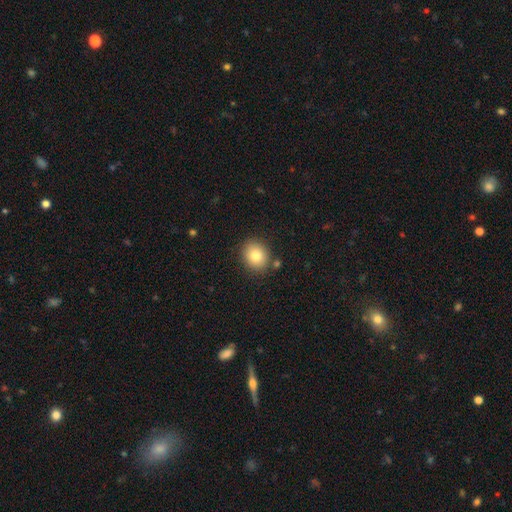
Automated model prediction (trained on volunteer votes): A smooth galaxy with no disk features (82%) that is round (65%).

Vote fractions:
- Smooth or featured? smooth: 82% / star or artifact: 9% / featured or disk: 9%
- How rounded? round: 65% / in between: 34% / cigar-shaped: 1%
- Merging? none: 84% / minor disturbance: 9% / merger: 4% / major disturbance: 3%